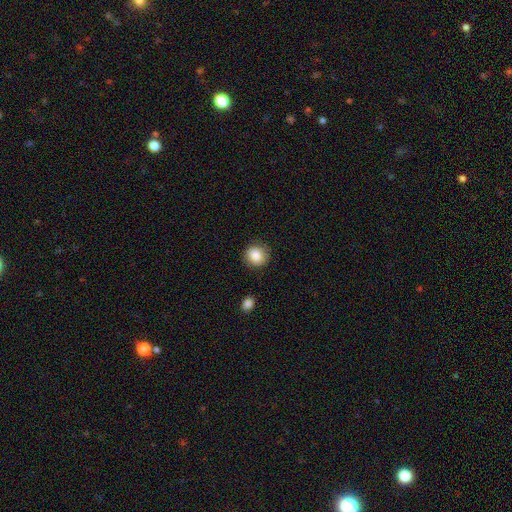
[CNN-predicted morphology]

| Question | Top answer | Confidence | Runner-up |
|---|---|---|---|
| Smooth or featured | smooth | 85% | star or artifact (9%) |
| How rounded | round | 88% | in between (11%) |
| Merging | none | 85% | minor disturbance (10%) |